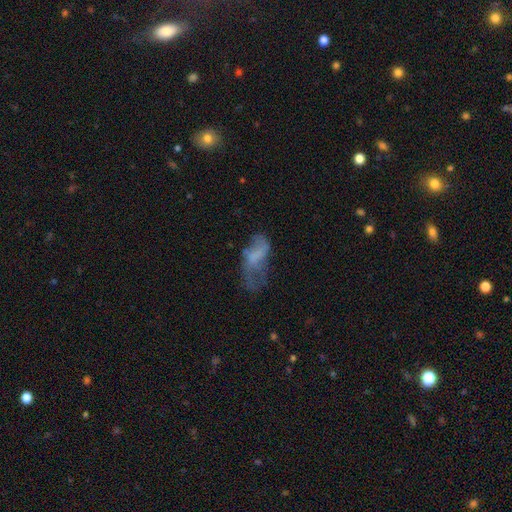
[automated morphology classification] type=smooth (47%); merging=major disturbance (38%).